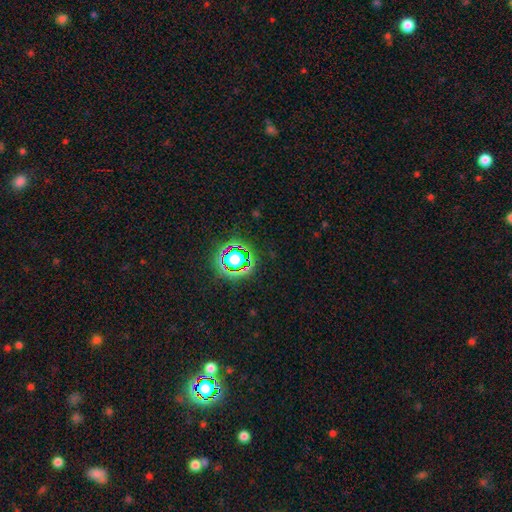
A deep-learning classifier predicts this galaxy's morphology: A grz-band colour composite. It shows a star or artifact, not a galaxy (80%).